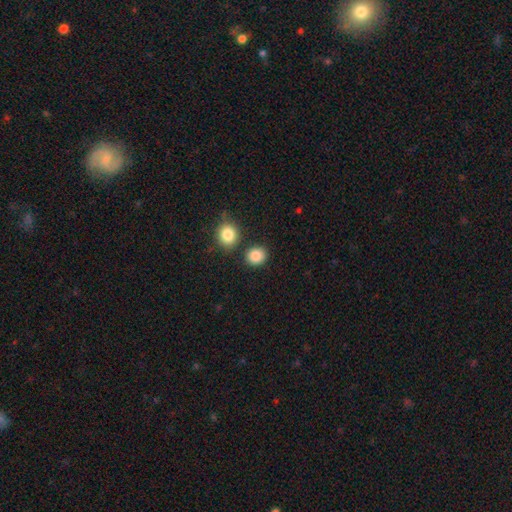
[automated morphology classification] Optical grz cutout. It shows a smooth galaxy with no disk features (86%) that is round (76%). Merging: none (82%).